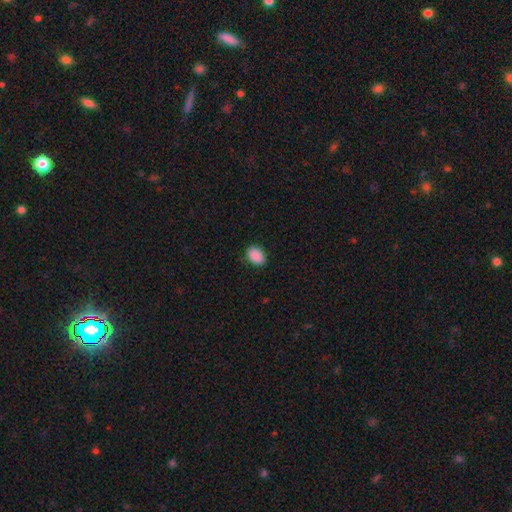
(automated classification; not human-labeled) Smooth or featured? Predicted: smooth (p=0.90). How rounded? Predicted: in between (p=0.77). Merging? Predicted: none (p=0.87).